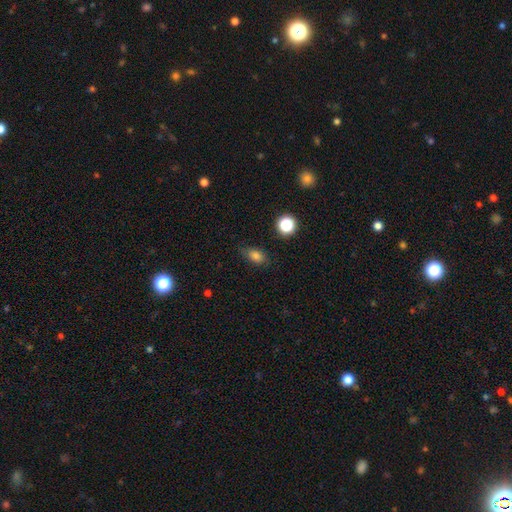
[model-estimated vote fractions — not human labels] Overall: smooth (80%). How rounded: in between (81%). Merging: none (78%).